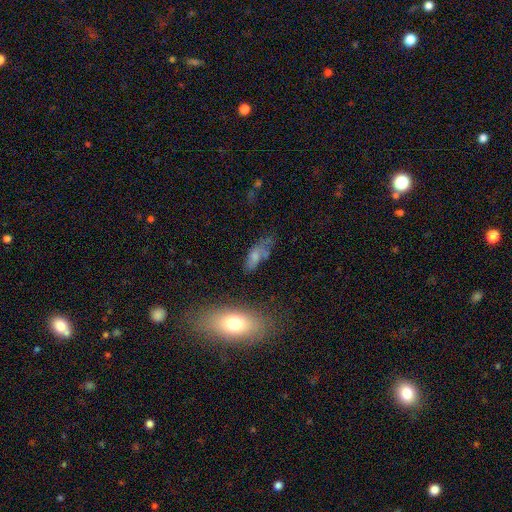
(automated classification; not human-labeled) The model was most divided on "merging": none: 44%, minor disturbance: 27%, major disturbance: 18%, merger: 11%. More confident: how rounded — in between (69%); smooth or featured — smooth (60%).